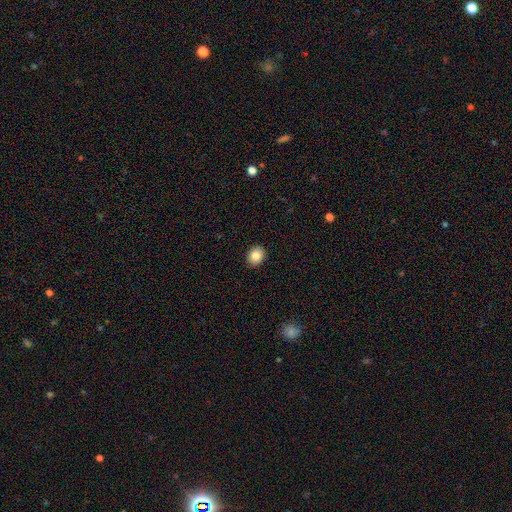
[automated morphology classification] Overall: smooth (84%). How rounded: round (56%; in between 44%). Merging: none (91%).